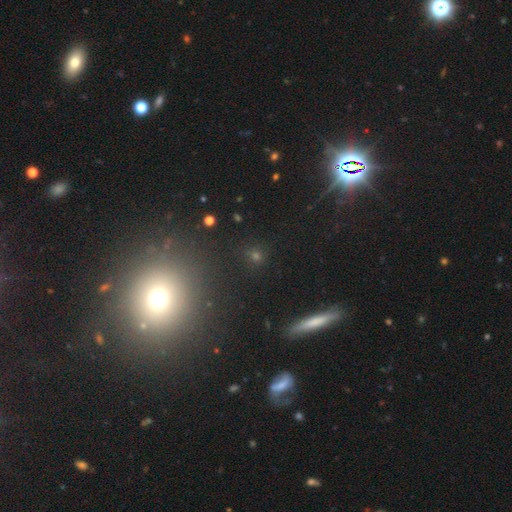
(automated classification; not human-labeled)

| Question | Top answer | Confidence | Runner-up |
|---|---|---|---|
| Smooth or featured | smooth | 46% | star or artifact (41%) |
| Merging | none | 85% | minor disturbance (8%) |